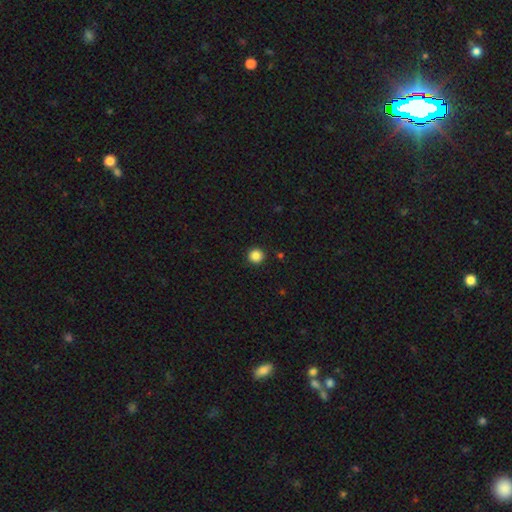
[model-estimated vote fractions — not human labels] A smooth galaxy with no disk features (86%) that is round (95%).

Vote fractions:
- Smooth or featured? smooth: 86% / star or artifact: 11% / featured or disk: 3%
- How rounded? round: 95% / in between: 4% / cigar-shaped: 1%
- Merging? none: 92% / minor disturbance: 5% / major disturbance: 2% / merger: 1%